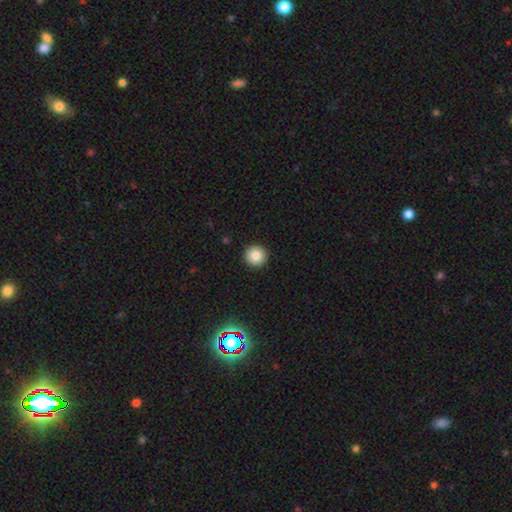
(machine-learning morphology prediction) The model was most divided on "smooth or featured": smooth: 83%, star or artifact: 10%, featured or disk: 7%. More confident: how rounded — round (96%); merging — none (93%).